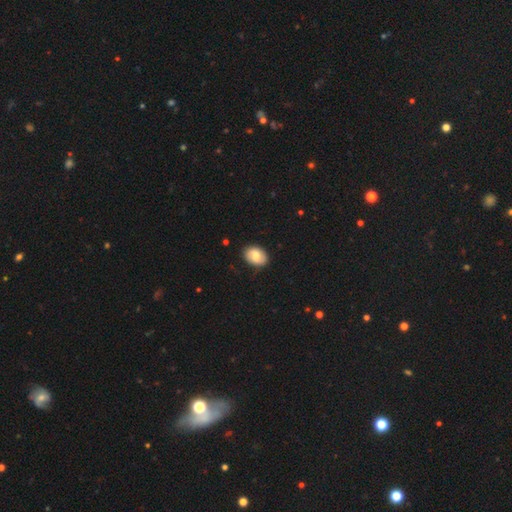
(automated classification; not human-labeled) A smooth galaxy with no disk features (70%) that is in between round and cigar-shaped (79%). Merging: none (85%).